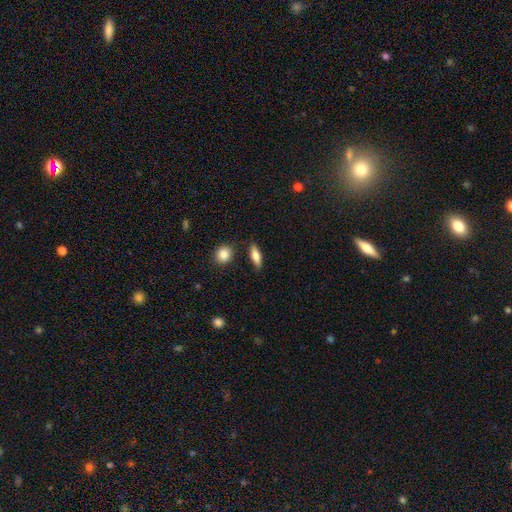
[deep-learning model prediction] smooth_or_featured: smooth (p=0.73) [alt: featured or disk p=0.20]
how_rounded: in between (p=0.55) [alt: cigar-shaped p=0.41]
merging: none (p=0.83) [alt: minor disturbance p=0.11]